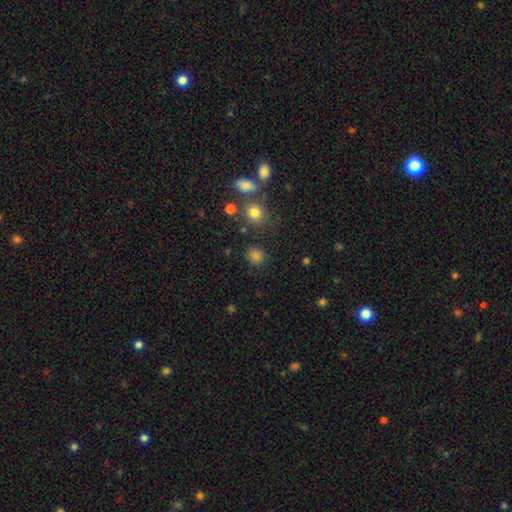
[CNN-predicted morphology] smooth-or-featured: smooth: 79% | star or artifact: 16% | featured or disk: 5%
  how-rounded: round: 76% | in between: 23% | cigar-shaped: 1%
  merging: none: 81% | minor disturbance: 10% | merger: 5% | major disturbance: 4%